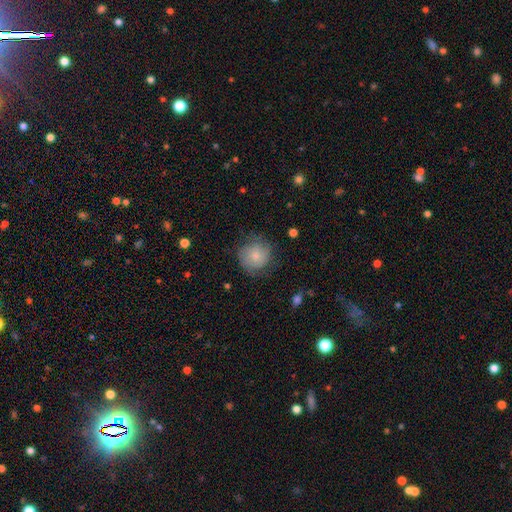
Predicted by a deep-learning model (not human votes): Overall: smooth (73%). How rounded: round (89%). Merging: none (67%).